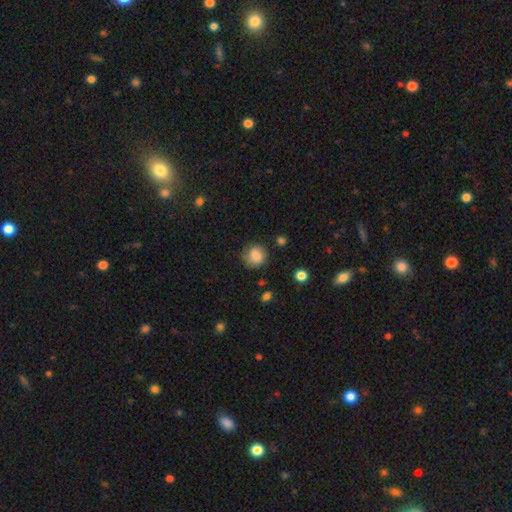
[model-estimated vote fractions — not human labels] Smooth or featured? Predicted: smooth (p=0.76). How rounded? Predicted: round (p=0.77). Merging? Predicted: none (p=0.67).